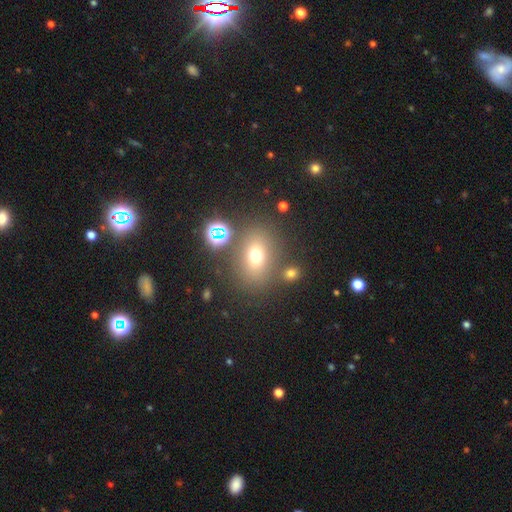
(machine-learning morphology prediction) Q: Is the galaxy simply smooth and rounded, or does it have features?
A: smooth — 67%.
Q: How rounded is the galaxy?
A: in between — 58%.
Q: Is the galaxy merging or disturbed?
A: none — 73%.